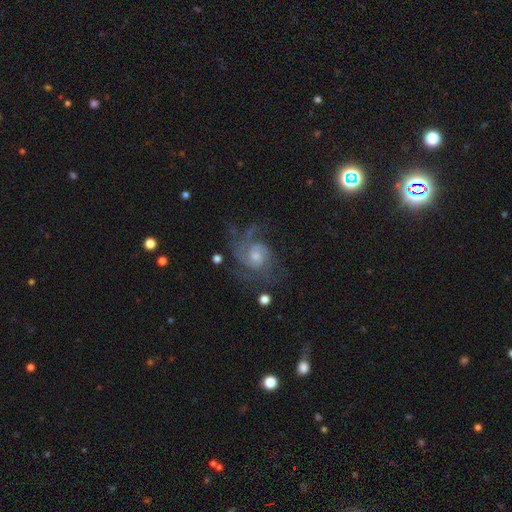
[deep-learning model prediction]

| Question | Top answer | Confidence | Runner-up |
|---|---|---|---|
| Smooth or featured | featured or disk | 80% | star or artifact (10%) |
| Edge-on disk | no | 98% | yes (2%) |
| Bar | no | 69% | weak (28%) |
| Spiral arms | yes | 94% | no (6%) |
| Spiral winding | medium | 46% | tight (36%) |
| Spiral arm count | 2 | 32% | can't tell (25%) |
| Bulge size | moderate | 45% | small (43%) |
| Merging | none | 60% | major disturbance (20%) |